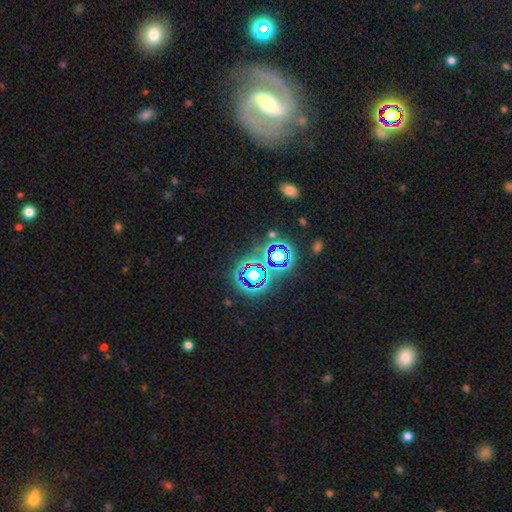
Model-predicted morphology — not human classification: smooth_or_featured: star or artifact (p=0.56) [alt: featured or disk p=0.25]